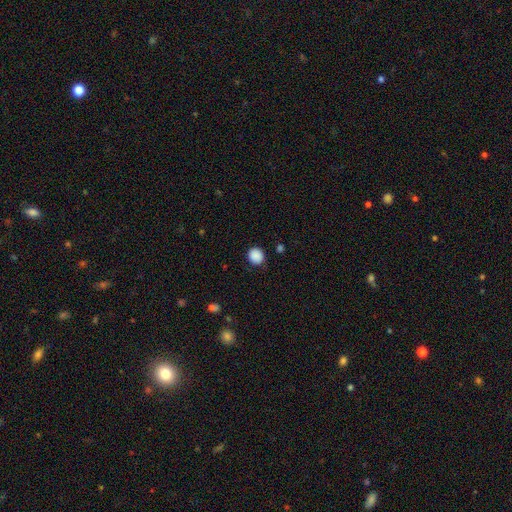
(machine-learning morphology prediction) The model was most divided on "how rounded": round: 82%, in between: 17%, cigar-shaped: 1%. More confident: smooth or featured — smooth (88%); merging — none (86%).